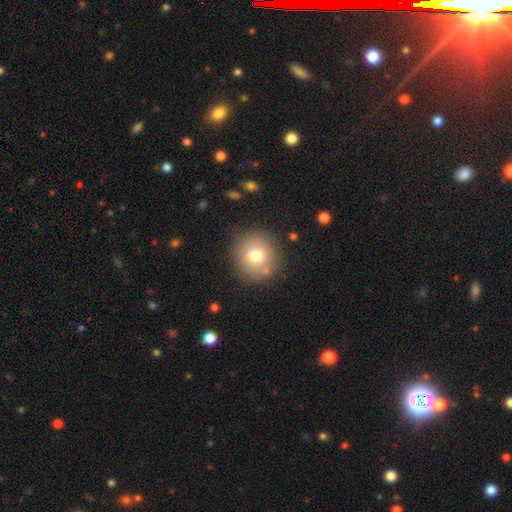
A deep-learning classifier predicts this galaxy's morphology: type=smooth (74%); roundness=round (88%); merging=none (82%).